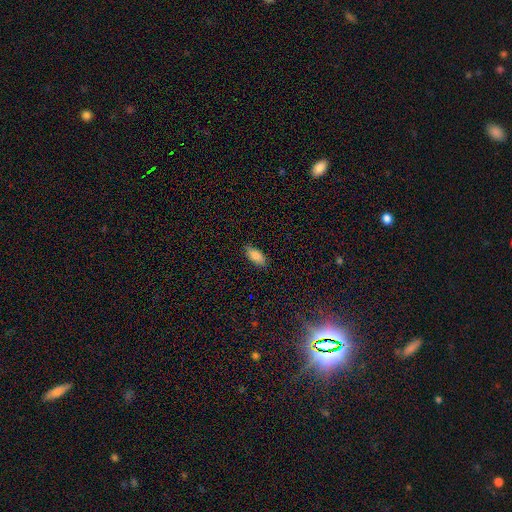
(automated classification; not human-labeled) A smooth galaxy with no disk features (86%) that is in between round and cigar-shaped (87%). Merging: none (85%).